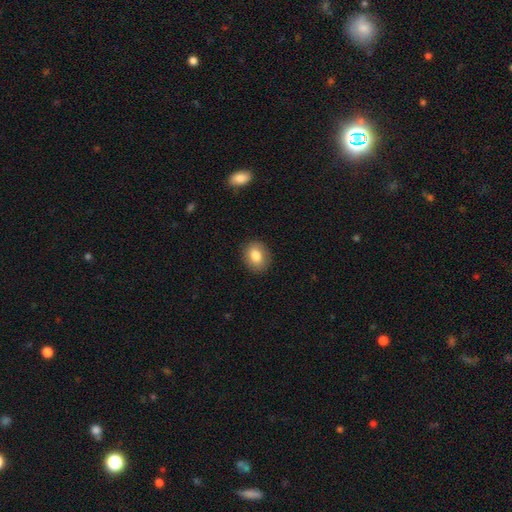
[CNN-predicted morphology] Smooth or featured? smooth (83%)
How rounded? round (54%)
Merging? none (89%)